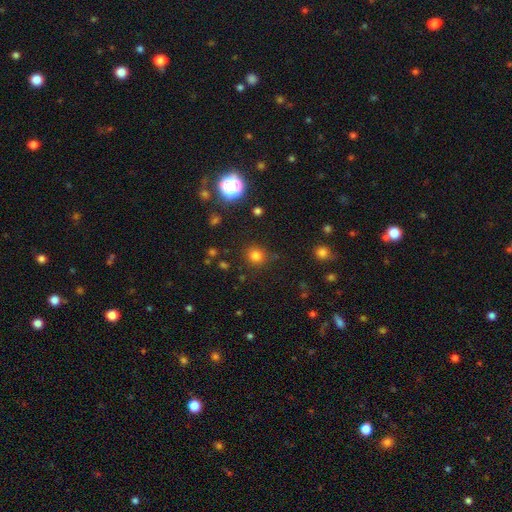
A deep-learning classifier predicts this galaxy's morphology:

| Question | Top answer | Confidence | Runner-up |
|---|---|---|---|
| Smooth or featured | smooth | 78% | star or artifact (17%) |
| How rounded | round | 89% | in between (10%) |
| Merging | none | 85% | minor disturbance (9%) |